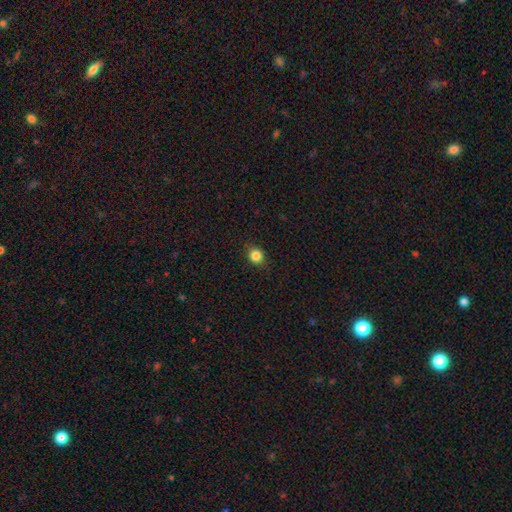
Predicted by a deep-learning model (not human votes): smooth_or_featured: smooth (p=0.84) [alt: star or artifact p=0.11]
how_rounded: round (p=0.80) [alt: in between p=0.19]
merging: none (p=0.87) [alt: minor disturbance p=0.10]